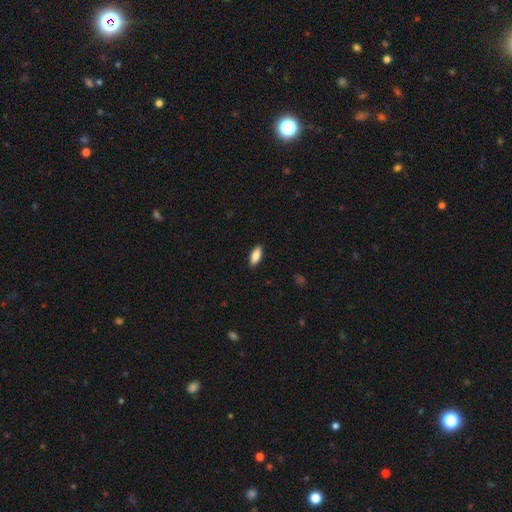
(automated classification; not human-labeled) This is clearly a smooth galaxy (85%). How rounded: likely in between (79%). Merging: clearly none (89%).